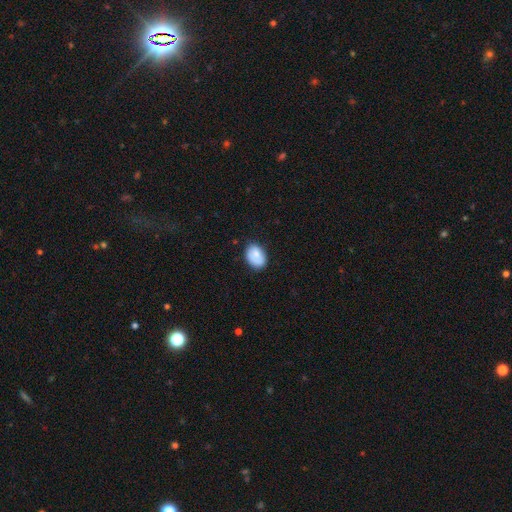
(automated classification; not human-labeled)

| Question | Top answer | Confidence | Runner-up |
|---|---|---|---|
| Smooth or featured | smooth | 79% | featured or disk (14%) |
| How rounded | in between | 79% | round (20%) |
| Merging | none | 74% | minor disturbance (21%) |